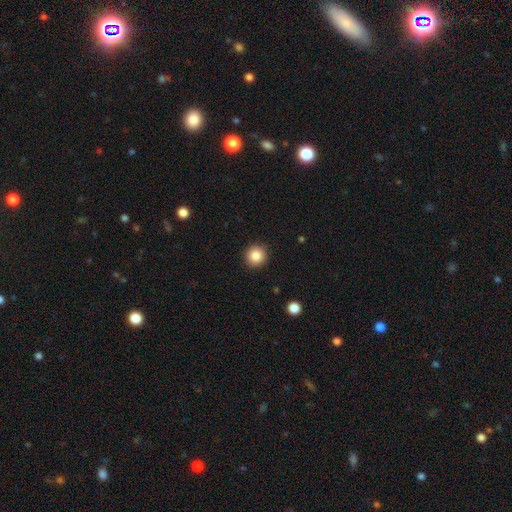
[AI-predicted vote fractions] This is clearly a smooth galaxy (86%). How rounded: clearly round (93%). Merging: clearly none (92%).